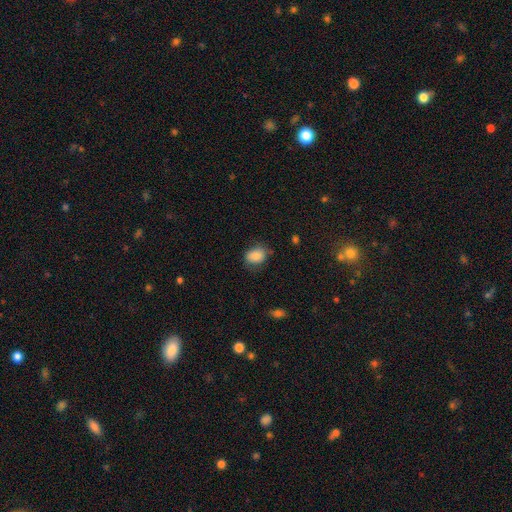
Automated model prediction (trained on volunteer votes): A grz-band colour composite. It shows a smooth galaxy with no disk features (84%) that is in between round and cigar-shaped (65%). Merging: none (69%).